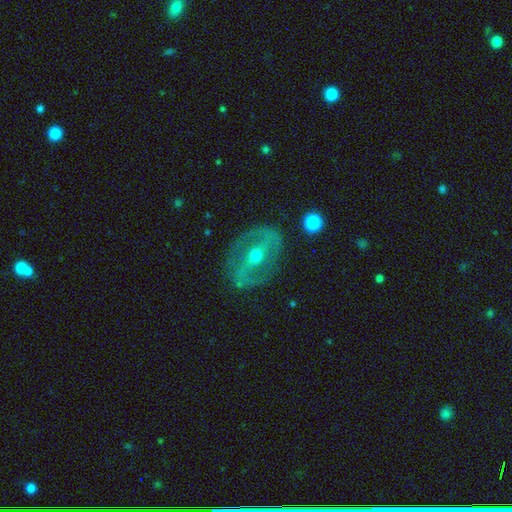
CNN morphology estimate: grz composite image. It shows a featured or disk galaxy (77%) with a strong bar (49%), spiral arms (56%) and a moderate central bulge (62%). Merging: none (78%).